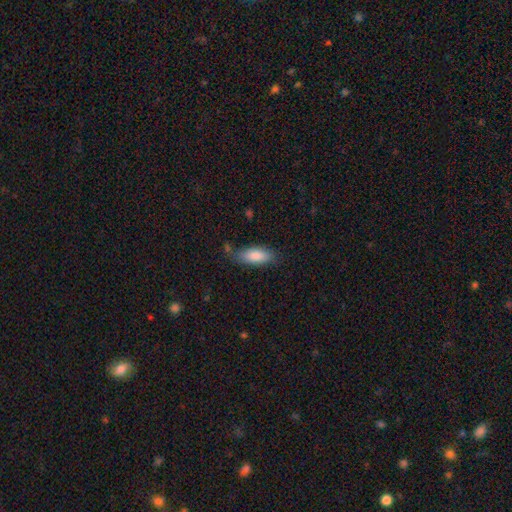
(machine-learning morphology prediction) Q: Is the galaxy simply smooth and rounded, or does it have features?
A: smooth — 85%.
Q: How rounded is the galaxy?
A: in between — 76%.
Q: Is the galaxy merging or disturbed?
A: none — 71%.